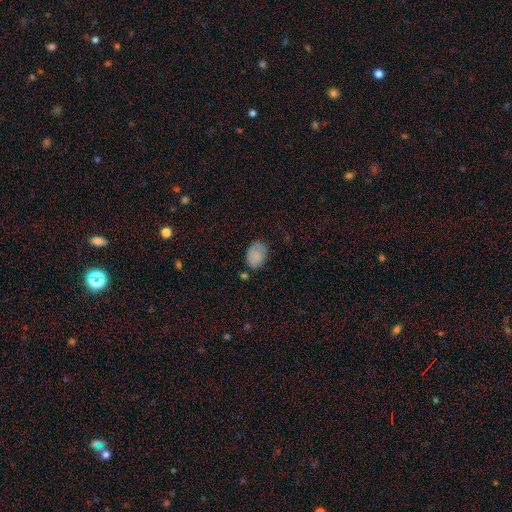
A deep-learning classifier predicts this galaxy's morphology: Overall: smooth (83%). How rounded: in between (82%). Merging: none (66%).